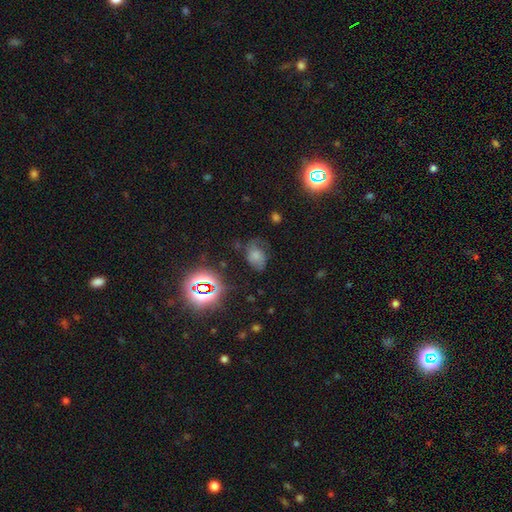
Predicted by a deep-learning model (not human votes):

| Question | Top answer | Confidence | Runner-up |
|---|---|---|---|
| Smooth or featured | smooth | 56% | star or artifact (23%) |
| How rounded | in between | 73% | round (25%) |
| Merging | none | 47% | minor disturbance (30%) |